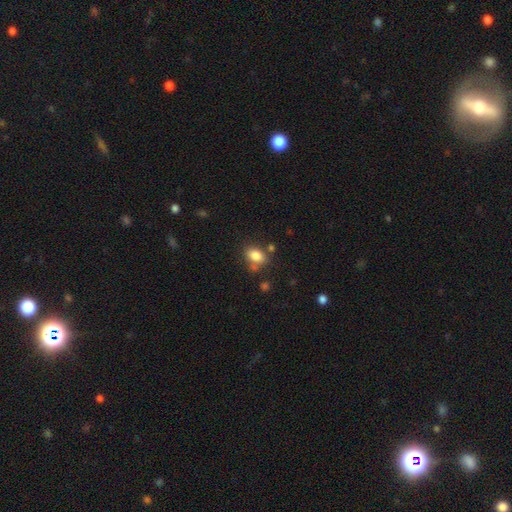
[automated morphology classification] Smooth or featured? Predicted: smooth (p=0.84). How rounded? Predicted: in between (p=0.79). Merging? Predicted: none (p=0.67).